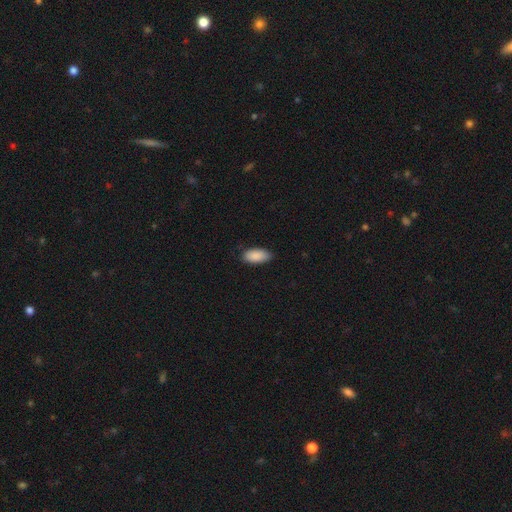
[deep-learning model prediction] smooth 90%, star or artifact 6%, featured or disk 4%. Down the decision tree: how rounded — in between (92%); merging — none (83%).